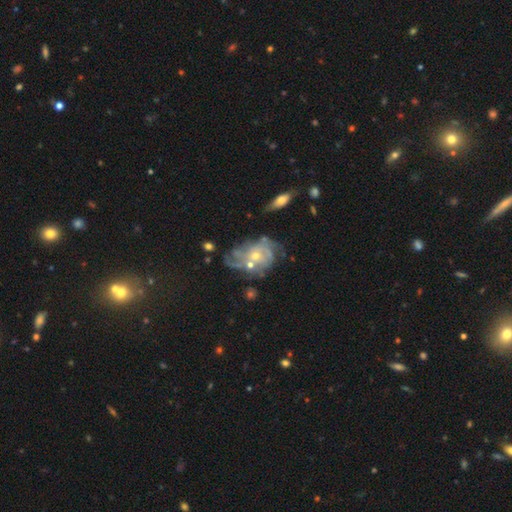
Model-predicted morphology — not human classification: A featured or disk galaxy (79%) with no bar (77%), tight (53%) spiral arms (88%) and a small central bulge (61%). Merging: none (47%).